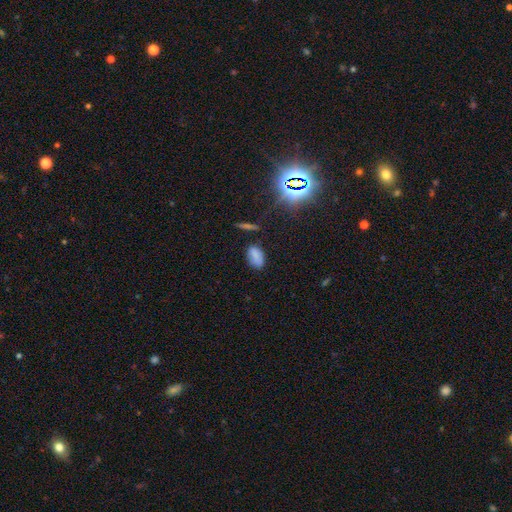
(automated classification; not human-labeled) Smooth or featured? smooth (72%)
How rounded? in between (90%)
Merging? none (72%)